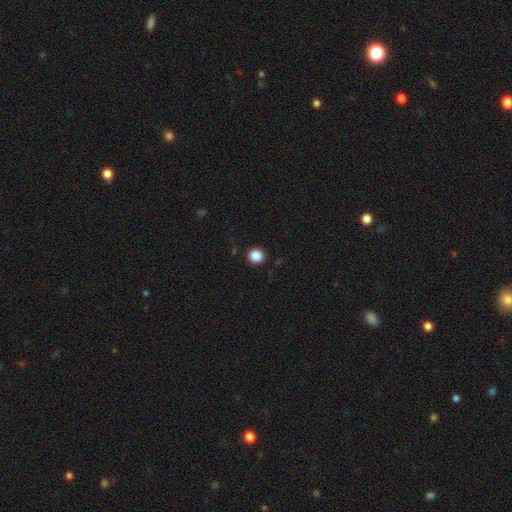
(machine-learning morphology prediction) smooth_or_featured: smooth (p=0.87) [alt: star or artifact p=0.10]
how_rounded: round (p=0.94) [alt: in between p=0.05]
merging: none (p=0.93) [alt: minor disturbance p=0.05]